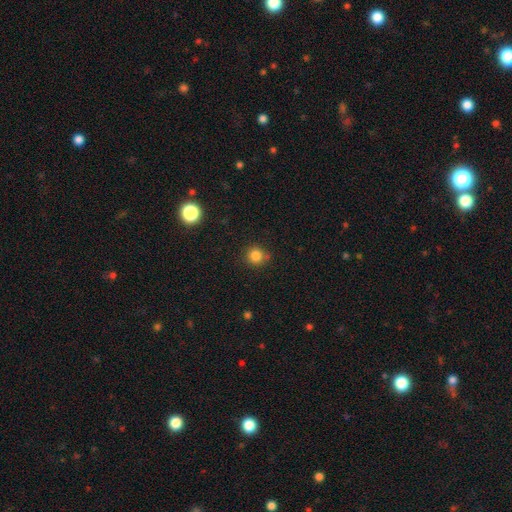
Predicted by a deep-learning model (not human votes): Smooth or featured?
  - smooth: 82% *
  - star or artifact: 13%
  - featured or disk: 5%
How rounded?
  - round: 92% *
  - in between: 8%
  - cigar-shaped: 1%
Merging?
  - none: 82% *
  - minor disturbance: 12%
  - merger: 3%
  - major disturbance: 3%